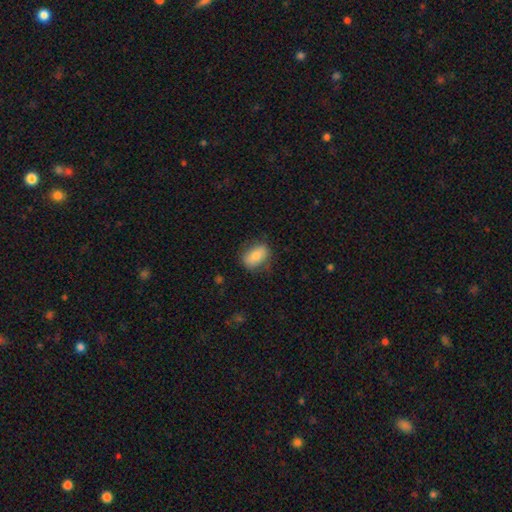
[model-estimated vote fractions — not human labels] Morphology: type=smooth (79%); roundness=in between (85%); merging=none (74%).